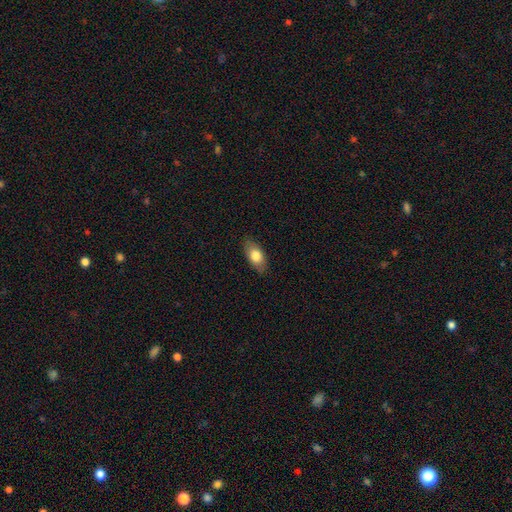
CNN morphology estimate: Smooth or featured?
  - smooth: 79% *
  - featured or disk: 15%
  - star or artifact: 7%
How rounded?
  - in between: 90% *
  - cigar-shaped: 5%
  - round: 5%
Merging?
  - none: 85% *
  - minor disturbance: 12%
  - major disturbance: 2%
  - merger: 1%